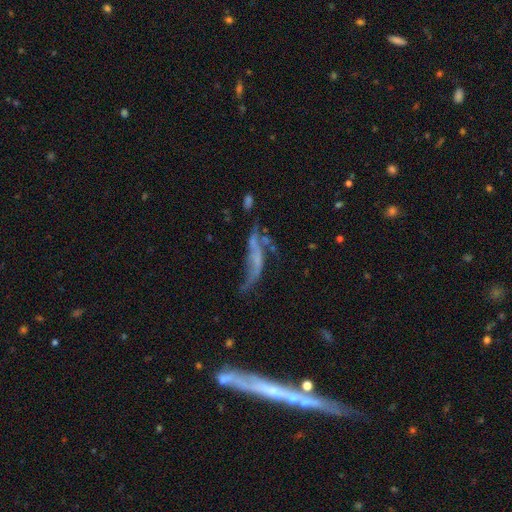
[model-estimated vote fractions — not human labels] This is likely a featured or disk galaxy (62%). It is likely not viewed edge-on (71%). Merging: marginally none (32%).